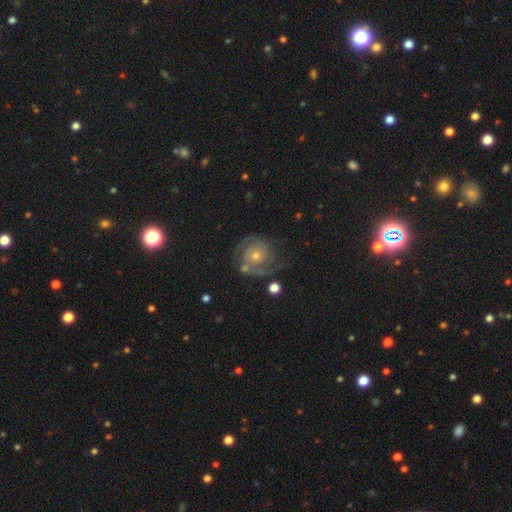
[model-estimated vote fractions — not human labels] Smooth or featured: featured or disk — 82% (smooth — 10%)
Edge-on disk: no — 98% (yes — 2%)
Bar: no — 78% (weak — 18%)
Spiral arms: yes — 95% (no — 5%)
Spiral winding: tight — 53% (medium — 36%)
Spiral arm count: 2 — 72% (can't tell — 11%)
Bulge size: small — 53% (moderate — 42%)
Merging: none — 68% (minor disturbance — 16%)